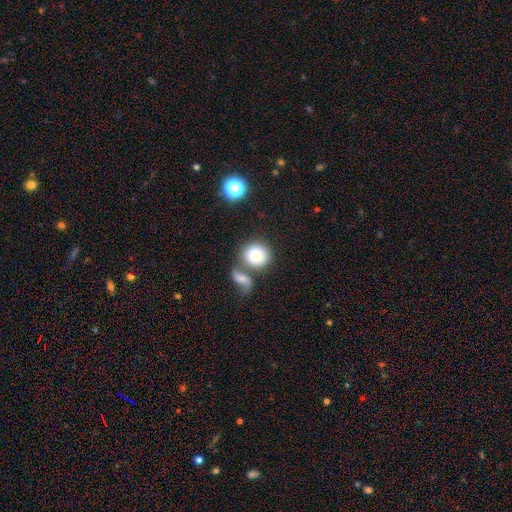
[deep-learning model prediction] Overall: smooth (79%). How rounded: round (84%). Merging: none (49%; merger 35%).